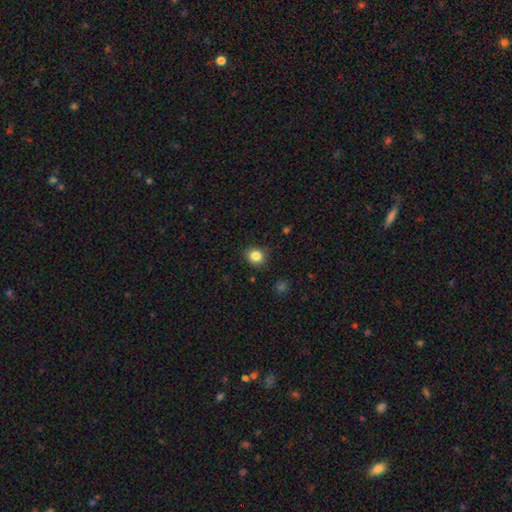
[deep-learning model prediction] smooth 84%, star or artifact 11%, featured or disk 5%. Down the decision tree: how rounded — round (82%); merging — none (88%).